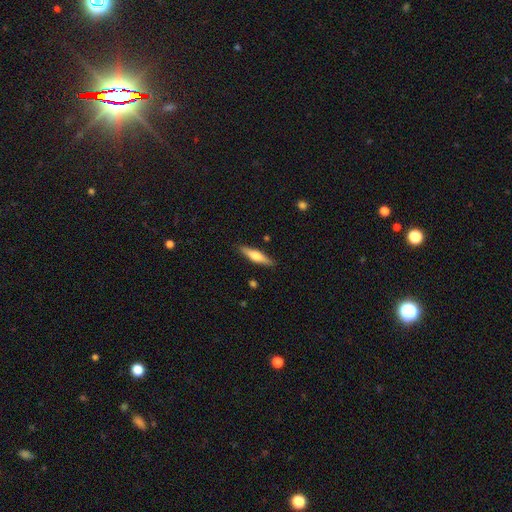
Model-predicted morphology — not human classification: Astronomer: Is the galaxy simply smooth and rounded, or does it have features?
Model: featured or disk — 48% (runner-up: smooth, 46%).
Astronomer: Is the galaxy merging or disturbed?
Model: none — 88%.